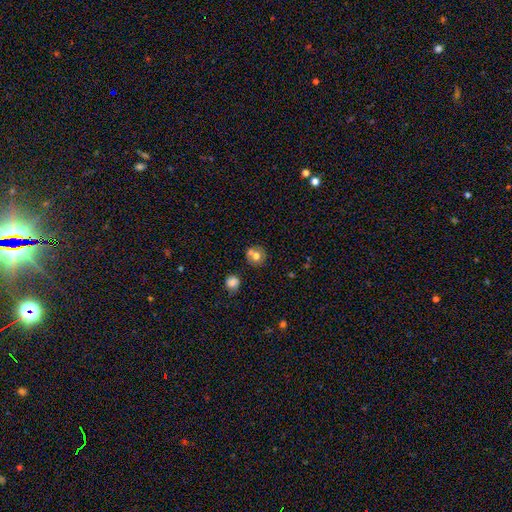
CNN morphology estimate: Smooth or featured? Predicted: smooth (p=0.68). How rounded? Predicted: round (p=0.84). Merging? Predicted: none (p=0.54).